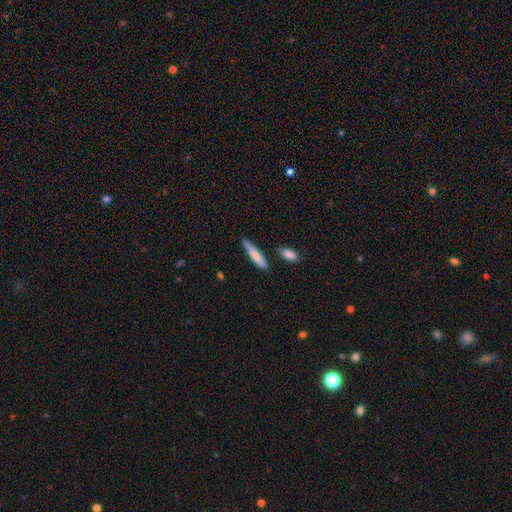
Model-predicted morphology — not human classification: Smooth or featured?
  - smooth: 78% *
  - featured or disk: 17%
  - star or artifact: 6%
How rounded?
  - cigar-shaped: 82% *
  - in between: 16%
  - round: 2%
Merging?
  - none: 75% *
  - minor disturbance: 17%
  - merger: 5%
  - major disturbance: 3%